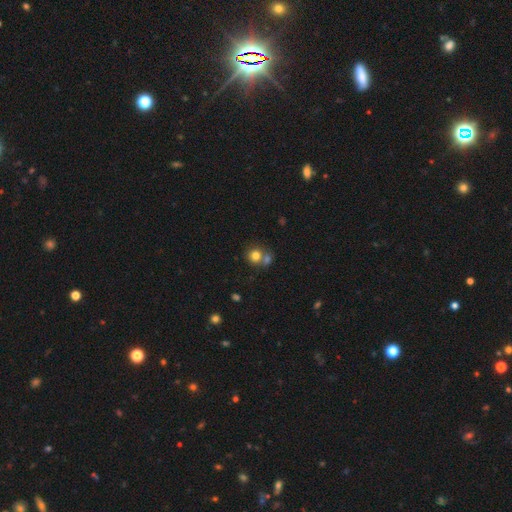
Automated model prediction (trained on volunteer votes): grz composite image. It shows a smooth galaxy with no disk features (78%) that is round (84%). Merging: none (49%).